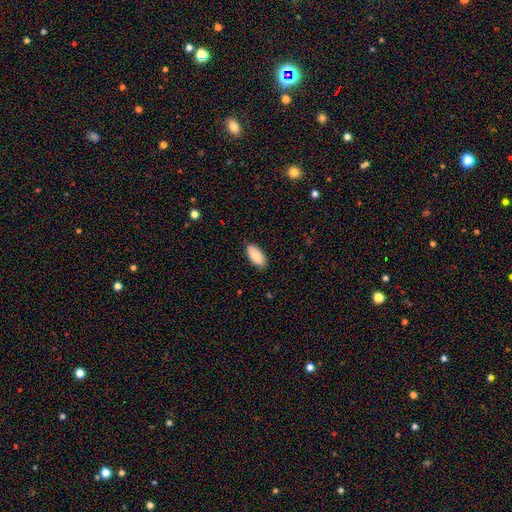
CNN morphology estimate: Smooth or featured? Predicted: smooth (p=0.89). How rounded? Predicted: in between (p=0.92). Merging? Predicted: none (p=0.87).